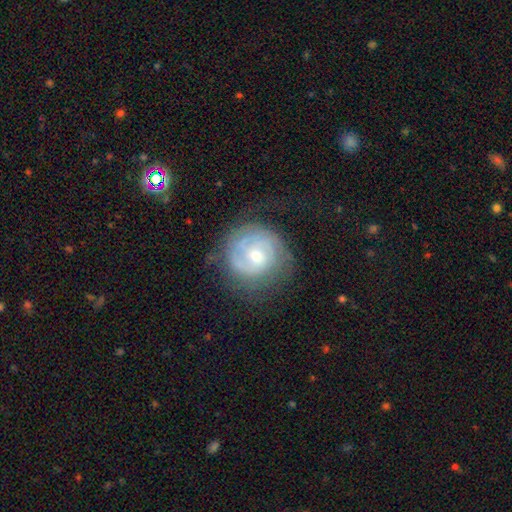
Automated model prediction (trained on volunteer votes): A featured or disk galaxy (71%) with no bar (66%), tight (62%) spiral arms (88%) and a small central bulge (55%). Merging: none (70%).